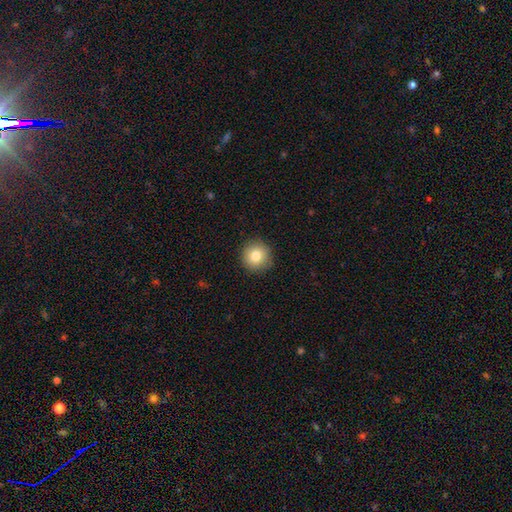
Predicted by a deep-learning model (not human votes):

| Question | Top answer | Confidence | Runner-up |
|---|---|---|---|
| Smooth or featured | smooth | 81% | star or artifact (10%) |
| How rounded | round | 95% | in between (4%) |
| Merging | none | 91% | minor disturbance (6%) |